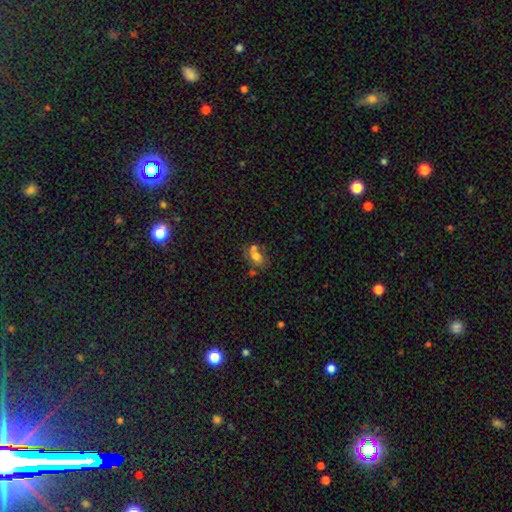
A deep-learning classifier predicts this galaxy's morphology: type=smooth (67%); roundness=in between (72%); merging=merger (41%).